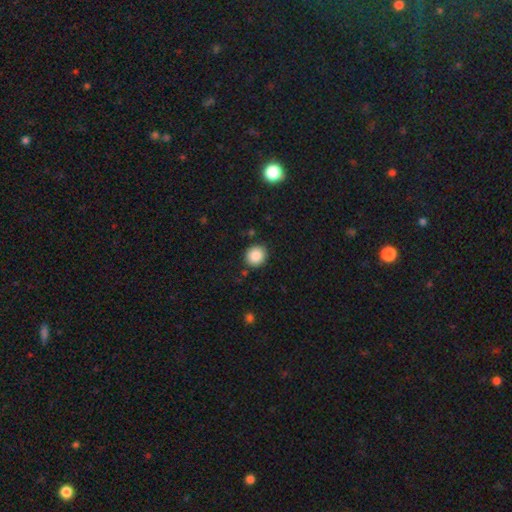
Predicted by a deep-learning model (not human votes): smooth_or_featured: smooth (p=0.87) [alt: star or artifact p=0.09]
how_rounded: round (p=0.87) [alt: in between p=0.12]
merging: none (p=0.88) [alt: minor disturbance p=0.08]